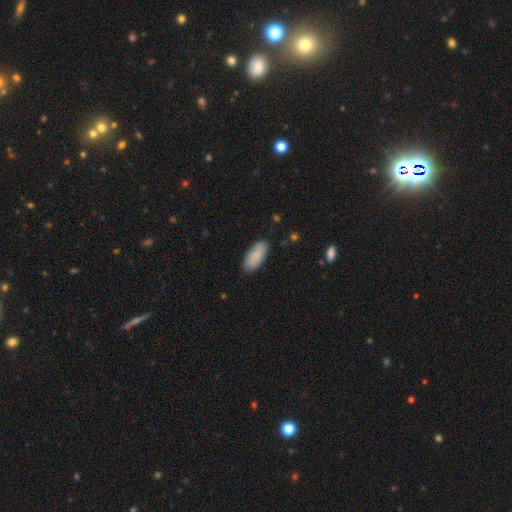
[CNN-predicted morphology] type=smooth (88%); roundness=in between (86%); merging=none (86%).